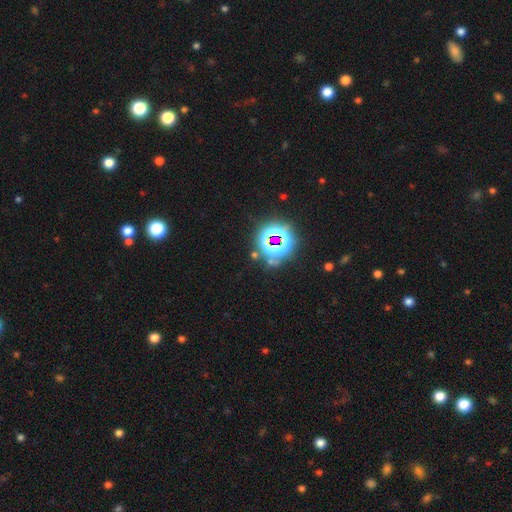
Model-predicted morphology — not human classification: smooth-or-featured: star or artifact: 76% | smooth: 15% | featured or disk: 9%